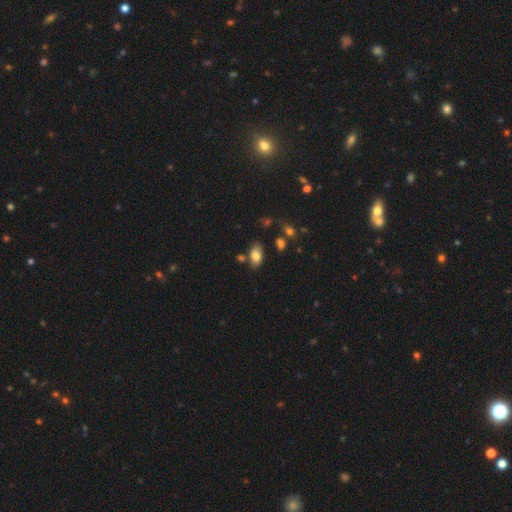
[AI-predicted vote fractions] smooth_or_featured: smooth (p=0.80) [alt: featured or disk p=0.12]
how_rounded: in between (p=0.91) [alt: round p=0.07]
merging: none (p=0.75) [alt: minor disturbance p=0.14]